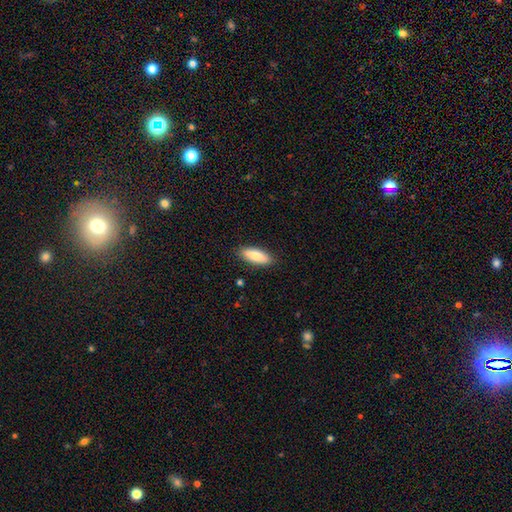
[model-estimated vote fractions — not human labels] smooth 84%, featured or disk 10%, star or artifact 6%. Down the decision tree: how rounded — in between (67%); merging — none (88%).